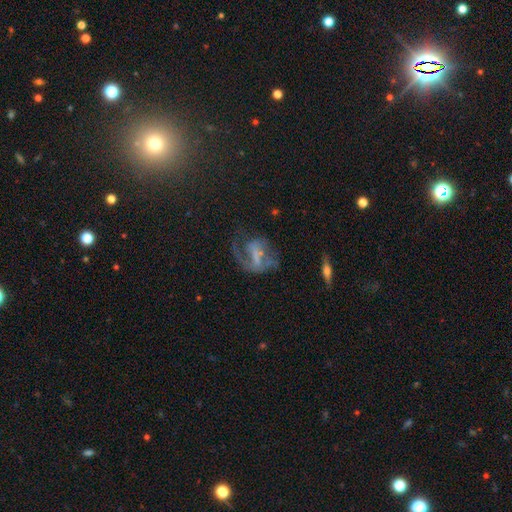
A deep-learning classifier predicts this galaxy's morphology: A featured or disk galaxy (65%) with no bar (40%), spiral arms (74%) and no central bulge (50%).

Vote fractions:
- Smooth or featured? featured or disk: 65% / smooth: 21% / star or artifact: 14%
- Edge-on disk? no: 96% / yes: 4%
- Bar? no: 40% / weak: 37% / strong: 23%
- Spiral arms? yes: 74% / no: 26%
- Bulge size? none: 50% / small: 27% / moderate: 16% / large: 6% / dominant: 2%
- Merging? major disturbance: 41% / none: 37% / minor disturbance: 17% / merger: 5%